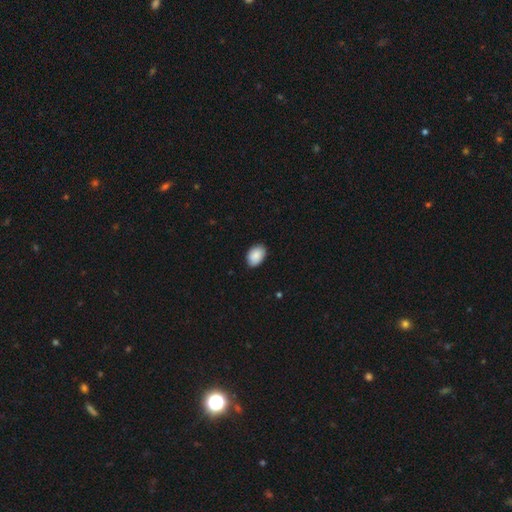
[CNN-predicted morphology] Overall: smooth (89%). How rounded: in between (87%). Merging: none (86%).